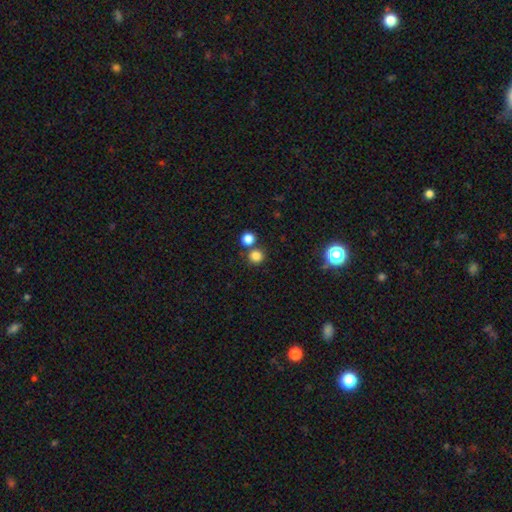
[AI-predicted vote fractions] A smooth galaxy with no disk features (82%) that is round (92%).

Vote fractions:
- Smooth or featured? smooth: 82% / star or artifact: 14% / featured or disk: 5%
- How rounded? round: 92% / in between: 7% / cigar-shaped: 1%
- Merging? none: 72% / merger: 19% / minor disturbance: 7% / major disturbance: 3%